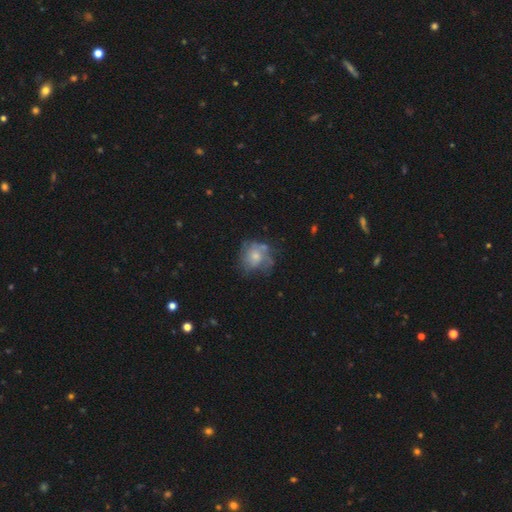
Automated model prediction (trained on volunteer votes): This appears to be a smooth galaxy with no disk features (47%). Merging: none (47%).